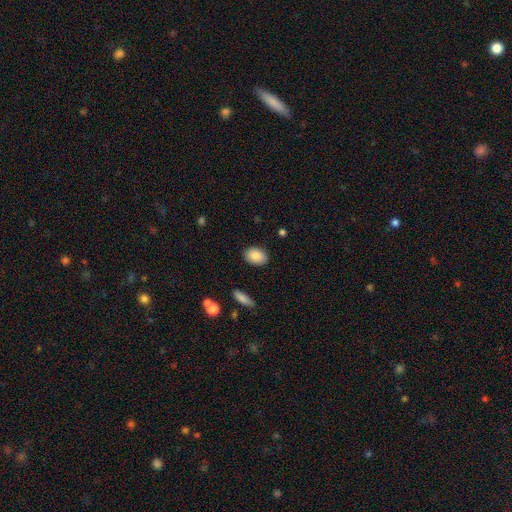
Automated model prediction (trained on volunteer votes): A smooth galaxy with no disk features (88%) that is in between round and cigar-shaped (81%). Merging: none (87%).